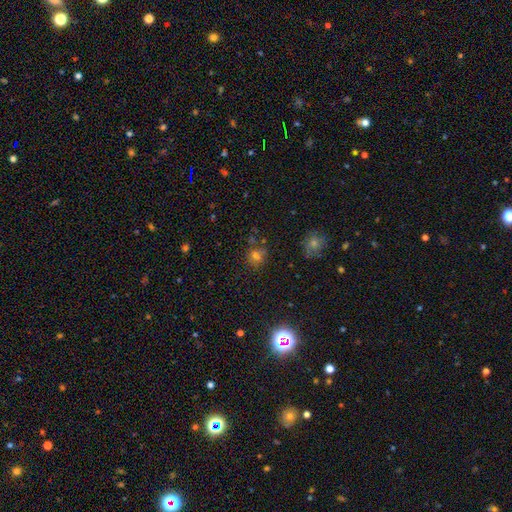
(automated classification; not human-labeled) The model was most divided on "smooth or featured": smooth: 60%, star or artifact: 30%, featured or disk: 10%. More confident: how rounded — round (81%); merging — none (74%).